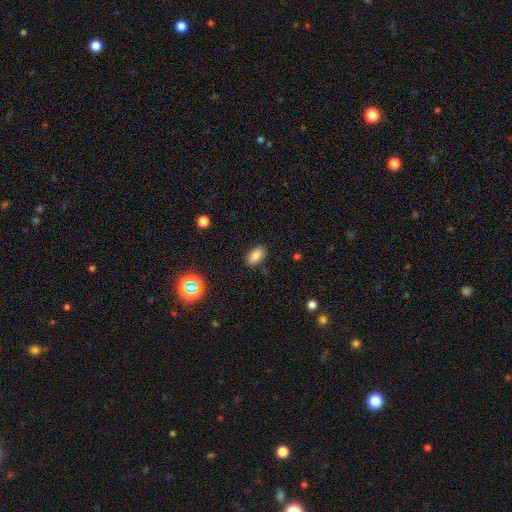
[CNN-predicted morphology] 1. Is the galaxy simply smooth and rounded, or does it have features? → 81% smooth, 11% star or artifact, 8% featured or disk.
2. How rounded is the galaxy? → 91% in between, 6% round, 3% cigar-shaped.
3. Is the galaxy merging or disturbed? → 85% none, 10% minor disturbance, 3% major disturbance, 2% merger.